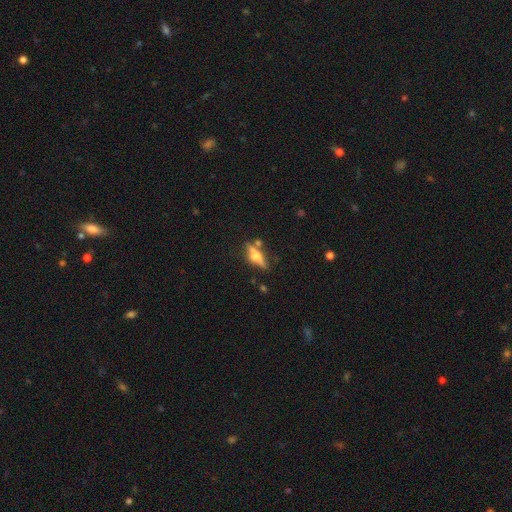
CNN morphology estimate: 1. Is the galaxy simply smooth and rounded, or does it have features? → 62% featured or disk, 29% smooth, 9% star or artifact.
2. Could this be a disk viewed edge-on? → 92% yes, 8% no.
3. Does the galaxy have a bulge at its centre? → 90% rounded, 7% boxy, 3% none.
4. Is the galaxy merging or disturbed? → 69% none, 15% minor disturbance, 10% merger, 6% major disturbance.